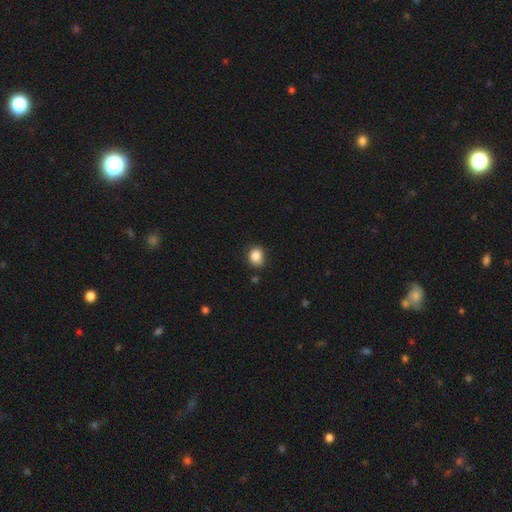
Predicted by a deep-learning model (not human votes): Overall: smooth (85%). How rounded: round (60%; in between 39%). Merging: none (77%).